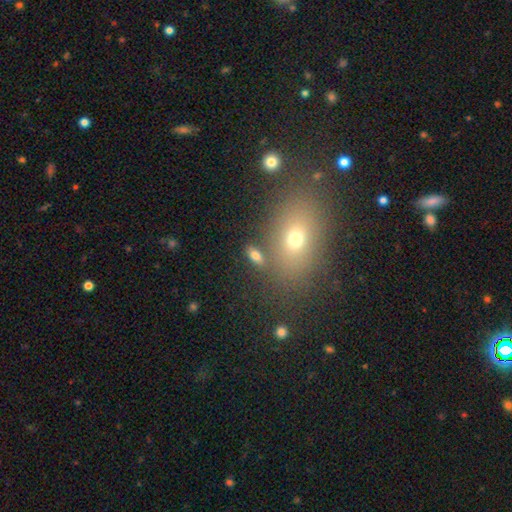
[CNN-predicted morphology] A smooth galaxy with no disk features (74%) that is in between round and cigar-shaped (83%). Merging: none (77%).